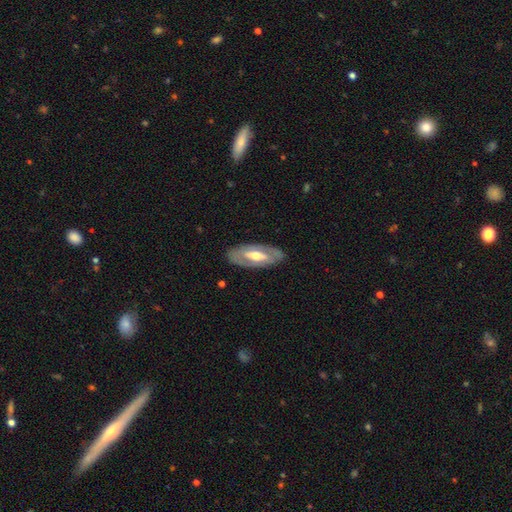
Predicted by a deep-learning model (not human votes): Q: Smooth or featured?
A: featured or disk (65%); runner-up: smooth (30%)
Q: Edge-on disk?
A: no (84%); runner-up: yes (16%)
Q: Bar?
A: strong (34%); runner-up: no (33%)
Q: Spiral arms?
A: no (65%); runner-up: yes (35%)
Q: Bulge size?
A: moderate (69%); runner-up: small (18%)
Q: Merging?
A: none (85%); runner-up: minor disturbance (11%)